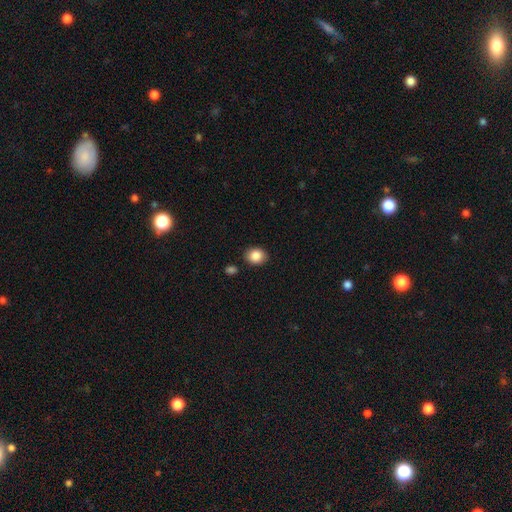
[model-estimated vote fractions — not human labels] smooth_or_featured: smooth (p=0.87) [alt: star or artifact p=0.08]
how_rounded: round (p=0.57) [alt: in between p=0.42]
merging: none (p=0.86) [alt: minor disturbance p=0.09]